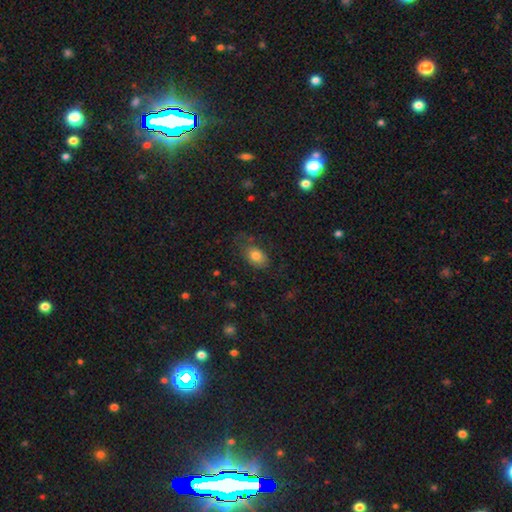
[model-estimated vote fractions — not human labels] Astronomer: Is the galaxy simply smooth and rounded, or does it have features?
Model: smooth — 79%.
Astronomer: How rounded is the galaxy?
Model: in between — 84%.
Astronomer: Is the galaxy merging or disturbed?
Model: none — 62%.